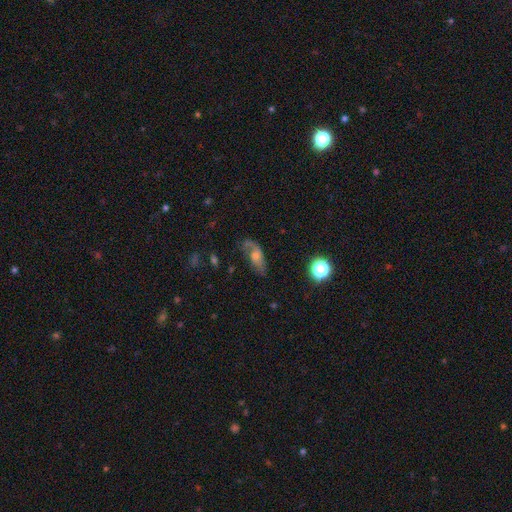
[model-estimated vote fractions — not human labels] Smooth or featured? featured or disk (49%)
Merging? none (54%)